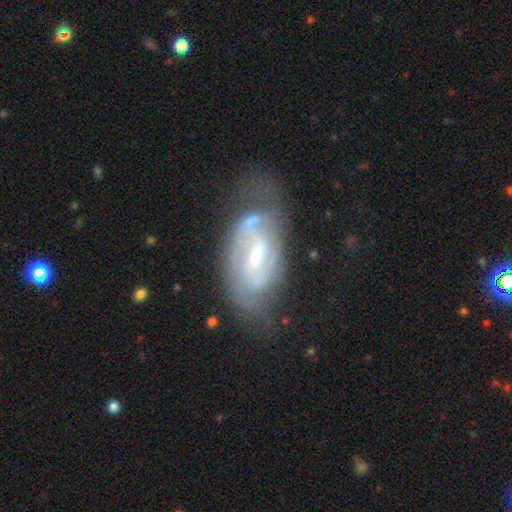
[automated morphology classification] smooth_or_featured: featured or disk (p=0.84) [alt: smooth p=0.10]
disk_edge_on: no (p=0.95) [alt: yes p=0.05]
bar: weak (p=0.51) [alt: strong p=0.29]
has_spiral_arms: yes (p=0.93) [alt: no p=0.07]
spiral_winding: tight (p=0.47) [alt: medium p=0.42]
spiral_arm_count: 2 (p=0.69) [alt: can't tell p=0.17]
bulge_size: small (p=0.62) [alt: moderate p=0.32]
merging: none (p=0.57) [alt: minor disturbance p=0.24]